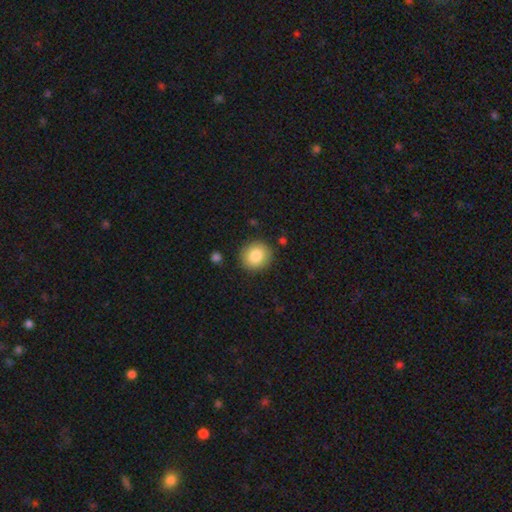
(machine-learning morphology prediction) smooth 85%, star or artifact 8%, featured or disk 7%. Down the decision tree: how rounded — round (84%); merging — none (88%).